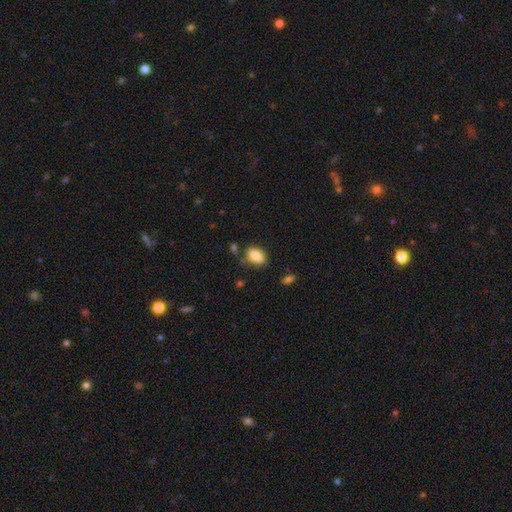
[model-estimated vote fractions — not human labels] Morphology: type=smooth (83%); roundness=in between (88%); merging=none (73%).